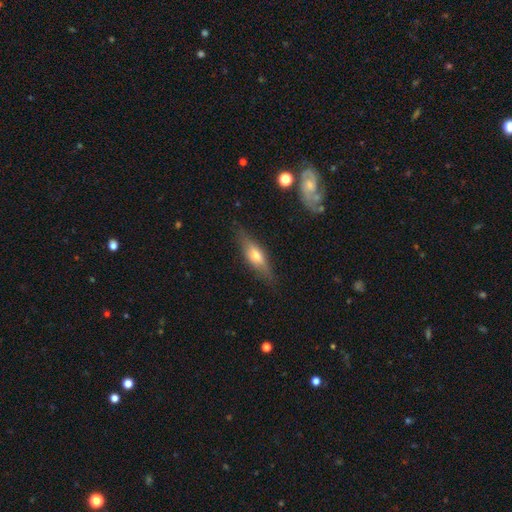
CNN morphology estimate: Smooth or featured: smooth — 47% (featured or disk — 46%)
Merging: none — 81% (minor disturbance — 14%)